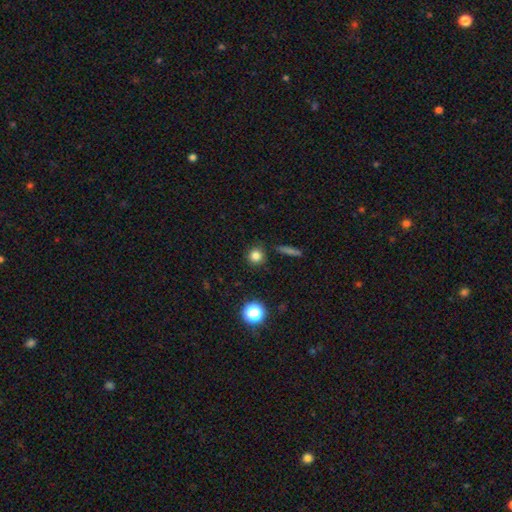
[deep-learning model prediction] Q: Smooth or featured?
A: smooth (81%); runner-up: star or artifact (14%)
Q: How rounded?
A: round (93%); runner-up: in between (5%)
Q: Merging?
A: none (88%); runner-up: minor disturbance (7%)